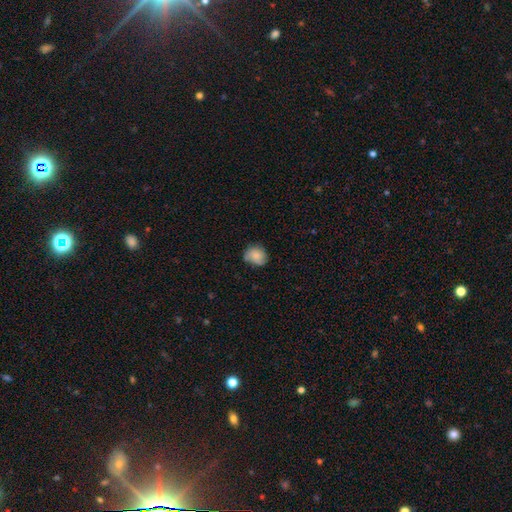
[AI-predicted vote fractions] A smooth galaxy with no disk features (77%) that is round (68%).

Vote fractions:
- Smooth or featured? smooth: 77% / featured or disk: 15% / star or artifact: 8%
- How rounded? round: 68% / in between: 31% / cigar-shaped: 1%
- Merging? none: 64% / minor disturbance: 28% / major disturbance: 6% / merger: 2%